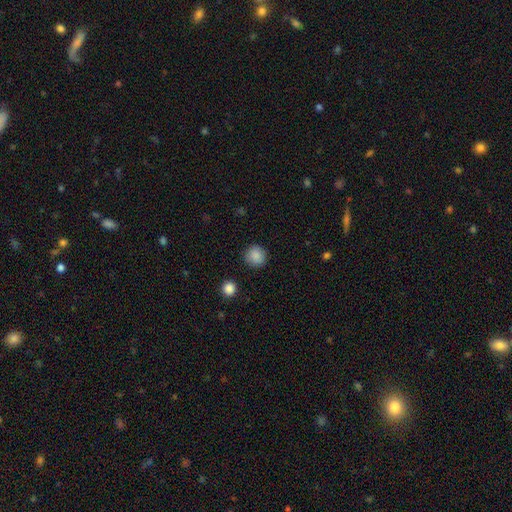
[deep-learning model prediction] Smooth or featured? smooth (87%)
How rounded? round (92%)
Merging? none (89%)